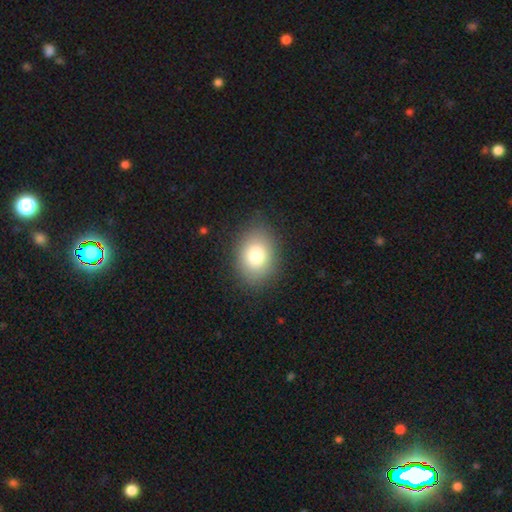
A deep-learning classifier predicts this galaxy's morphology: smooth 82%, featured or disk 9%, star or artifact 9%. Down the decision tree: how rounded — in between (67%); merging — none (84%).